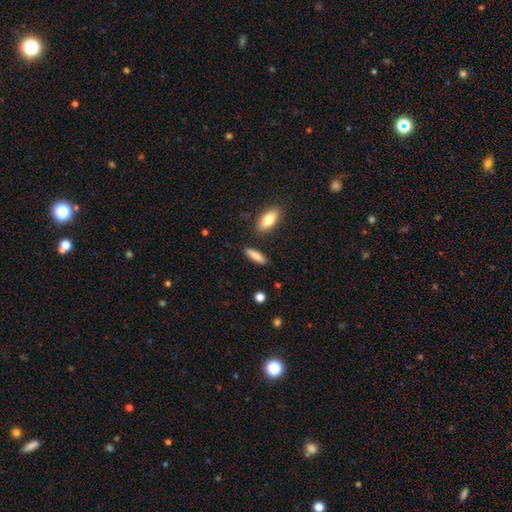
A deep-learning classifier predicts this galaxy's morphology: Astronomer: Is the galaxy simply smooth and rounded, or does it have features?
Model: smooth — 84%.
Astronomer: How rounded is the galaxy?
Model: cigar-shaped — 59% (runner-up: in between, 38%).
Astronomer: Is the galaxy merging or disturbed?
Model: none — 84%.